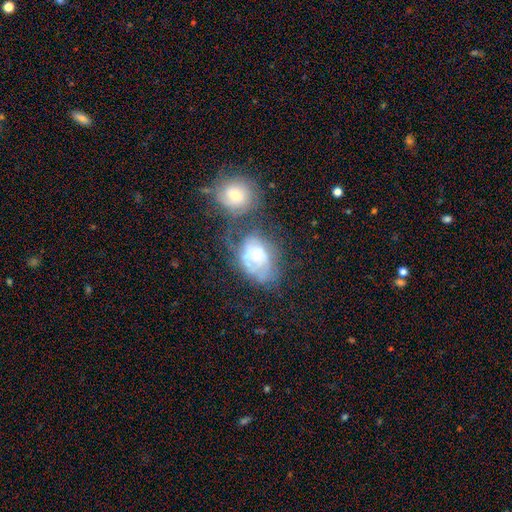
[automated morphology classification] The model was most divided on "merging": none: 31%, merger: 29%, minor disturbance: 20%, major disturbance: 20%. Remaining: edge-on disk — no (97%); bar — no (75%); spiral arms — yes (67%); smooth or featured — featured or disk (60%); bulge size — small (47%).